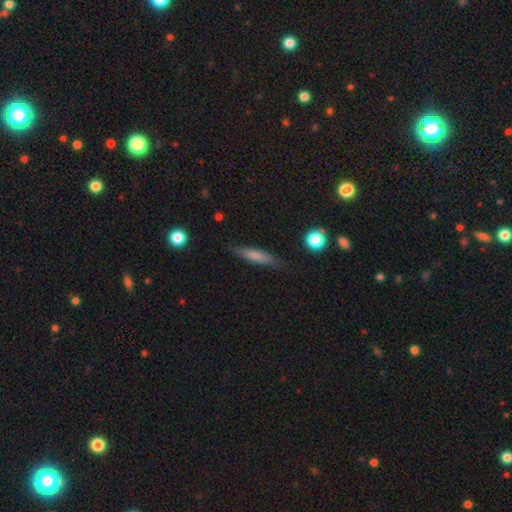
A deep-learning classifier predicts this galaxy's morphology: A smooth galaxy with no disk features (71%) that is cigar-shaped (80%). Merging: none (81%).